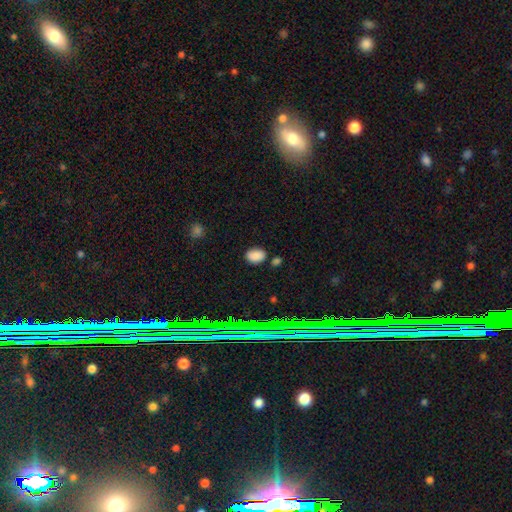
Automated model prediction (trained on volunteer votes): Smooth or featured?
  - smooth: 83% *
  - star or artifact: 13%
  - featured or disk: 5%
How rounded?
  - in between: 69% *
  - round: 30%
  - cigar-shaped: 1%
Merging?
  - none: 80% *
  - minor disturbance: 12%
  - merger: 5%
  - major disturbance: 3%